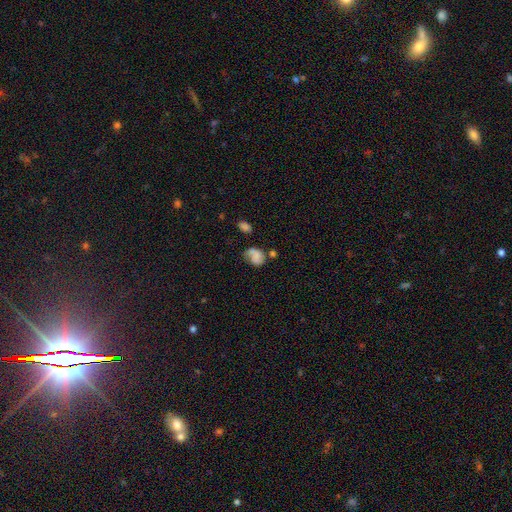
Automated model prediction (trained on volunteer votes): This is possibly a smooth galaxy (52%). How rounded: likely in between (64%). Merging: marginally none (41%).